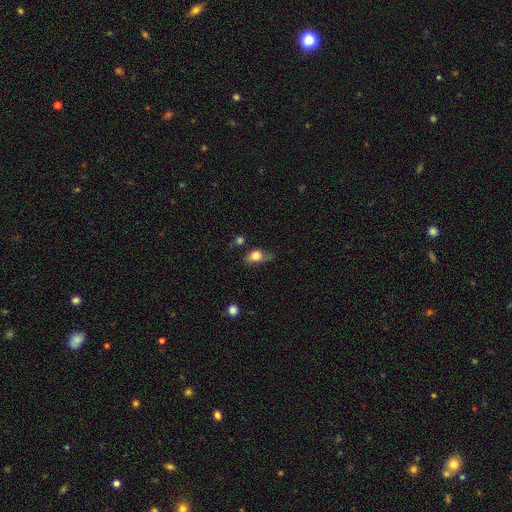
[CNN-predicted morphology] smooth-or-featured: smooth: 75% | featured or disk: 16% | star or artifact: 9%
  how-rounded: in between: 74% | round: 22% | cigar-shaped: 4%
  merging: none: 43% | minor disturbance: 35% | major disturbance: 17% | merger: 5%